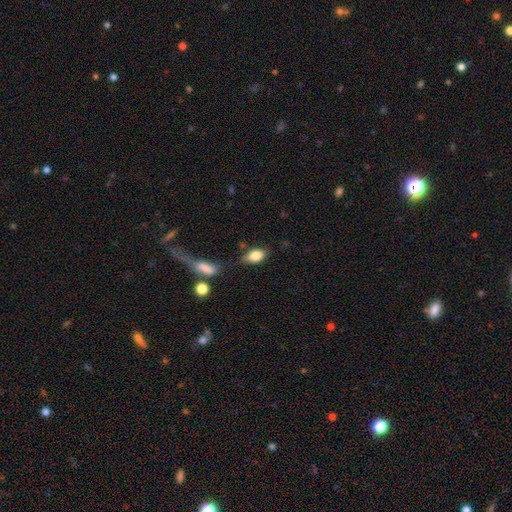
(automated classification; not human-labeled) Smooth or featured?
  - smooth: 80% *
  - featured or disk: 12%
  - star or artifact: 8%
How rounded?
  - in between: 85% *
  - round: 10%
  - cigar-shaped: 5%
Merging?
  - none: 57% *
  - minor disturbance: 25%
  - merger: 9%
  - major disturbance: 9%